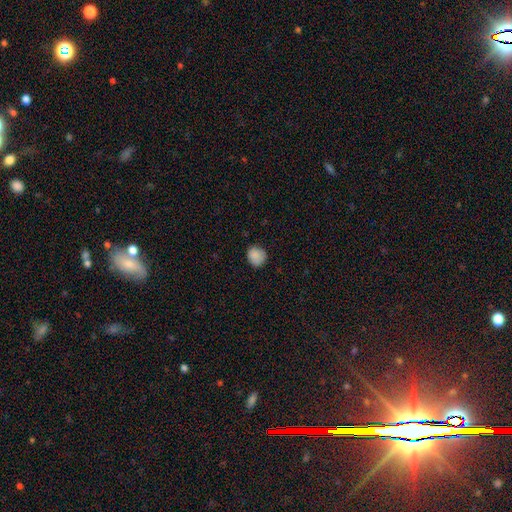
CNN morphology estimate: The model was most divided on "merging": none: 81%, minor disturbance: 15%, major disturbance: 3%, merger: 1%. More confident: smooth or featured — smooth (87%); how rounded — round (83%).